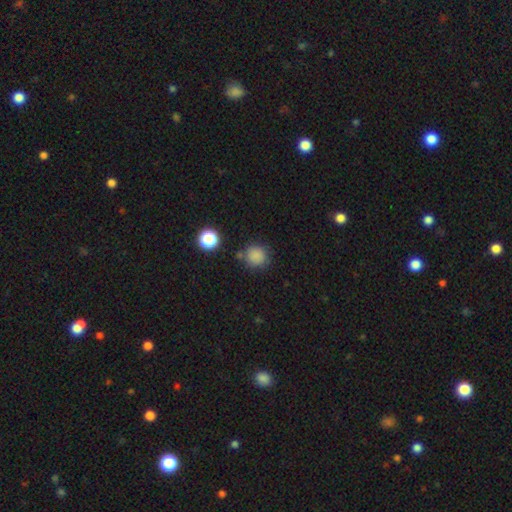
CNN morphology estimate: Smooth or featured?
  - smooth: 83% *
  - star or artifact: 12%
  - featured or disk: 4%
How rounded?
  - round: 90% *
  - in between: 9%
  - cigar-shaped: 1%
Merging?
  - none: 78% *
  - minor disturbance: 12%
  - merger: 6%
  - major disturbance: 4%